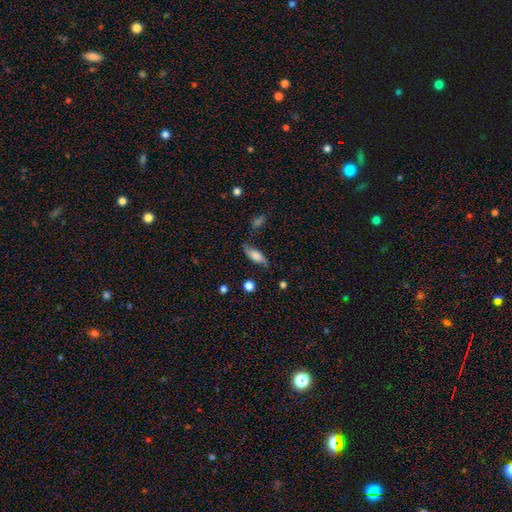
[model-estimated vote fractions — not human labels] Smooth or featured: smooth — 61% (featured or disk — 31%)
How rounded: in between — 72% (cigar-shaped — 24%)
Merging: none — 63% (minor disturbance — 25%)